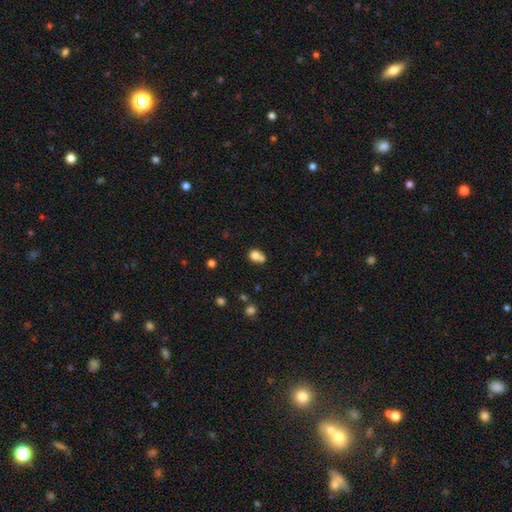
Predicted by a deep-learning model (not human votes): A smooth galaxy with no disk features (76%) that is round (56%). Merging: merger (46%).